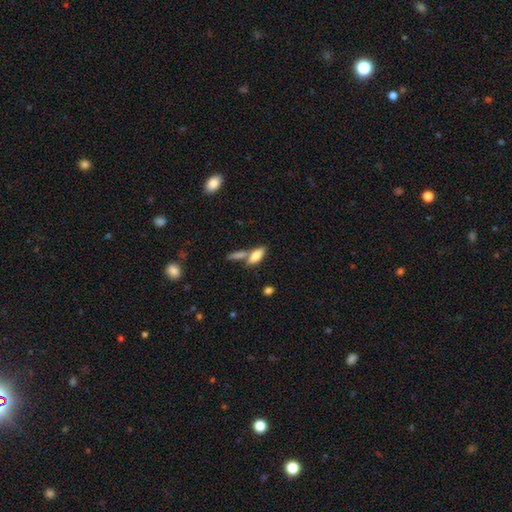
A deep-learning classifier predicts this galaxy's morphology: This appears to be a smooth galaxy with no disk features (75%) that is in between round and cigar-shaped (73%). Merging: none (52%).